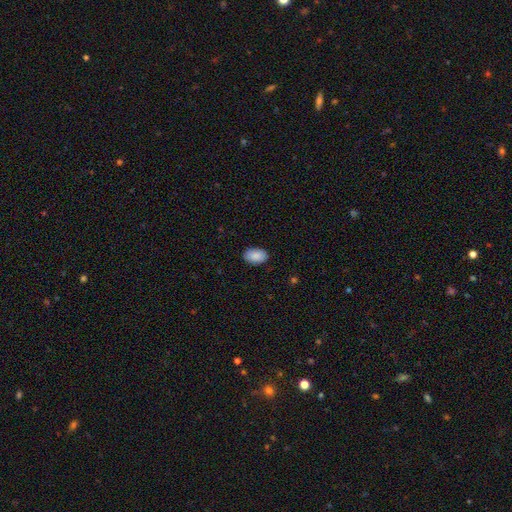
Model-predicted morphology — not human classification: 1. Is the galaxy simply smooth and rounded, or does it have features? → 90% smooth, 6% star or artifact, 4% featured or disk.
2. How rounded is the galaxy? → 92% in between, 7% round, 1% cigar-shaped.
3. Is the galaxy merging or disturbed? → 88% none, 9% minor disturbance, 2% major disturbance, 1% merger.